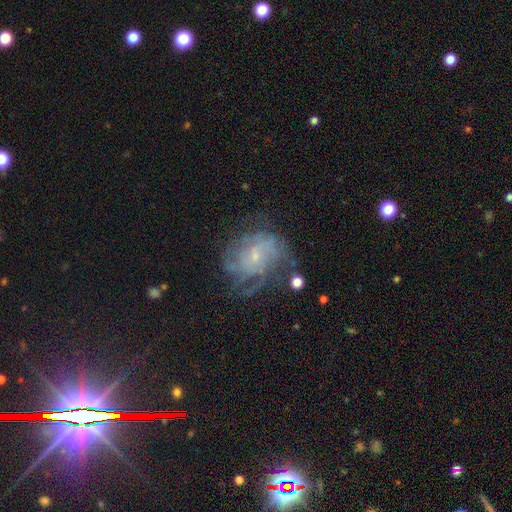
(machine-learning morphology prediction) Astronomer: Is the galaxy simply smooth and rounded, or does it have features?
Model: featured or disk — 77%.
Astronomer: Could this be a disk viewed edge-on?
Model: no — 97%.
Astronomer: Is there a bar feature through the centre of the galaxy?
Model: no — 69%.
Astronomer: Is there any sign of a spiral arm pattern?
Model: yes — 89%.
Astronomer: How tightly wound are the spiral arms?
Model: tight — 48% (runner-up: medium, 36%).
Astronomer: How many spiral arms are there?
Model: can't tell — 43%.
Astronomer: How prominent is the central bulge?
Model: small — 77%.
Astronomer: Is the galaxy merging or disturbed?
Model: none — 58%.